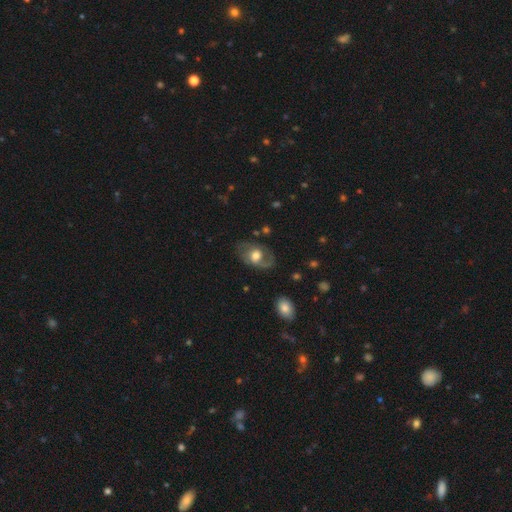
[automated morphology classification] A featured or disk galaxy (64%) with no bar (59%), spiral arms (78%) and a moderate central bulge (59%). Merging: none (66%).